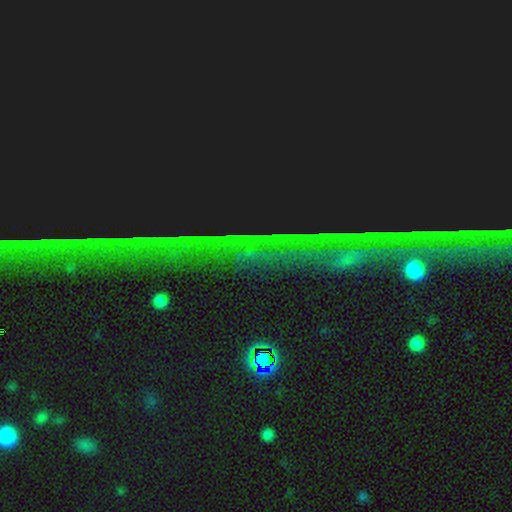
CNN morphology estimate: A star or artifact, not a galaxy (85%).

Vote fractions:
- Smooth or featured? star or artifact: 85% / smooth: 7% / featured or disk: 7%